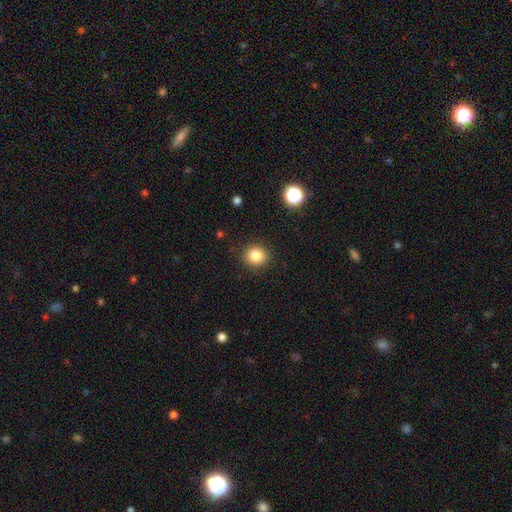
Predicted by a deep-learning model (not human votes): Overall: smooth (84%). How rounded: round (89%). Merging: none (89%).